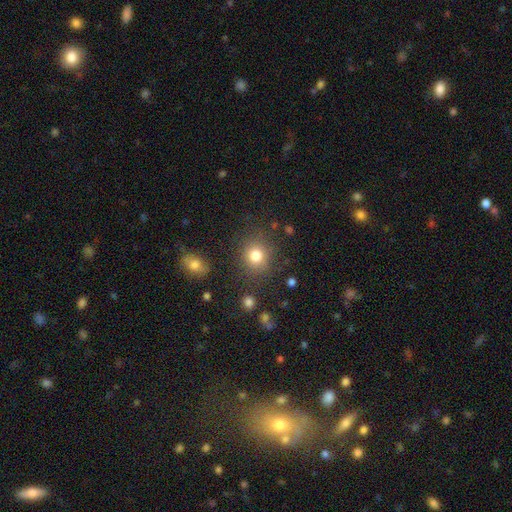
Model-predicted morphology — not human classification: This appears to be a smooth galaxy with no disk features (81%) that is round (82%). Merging: none (82%).